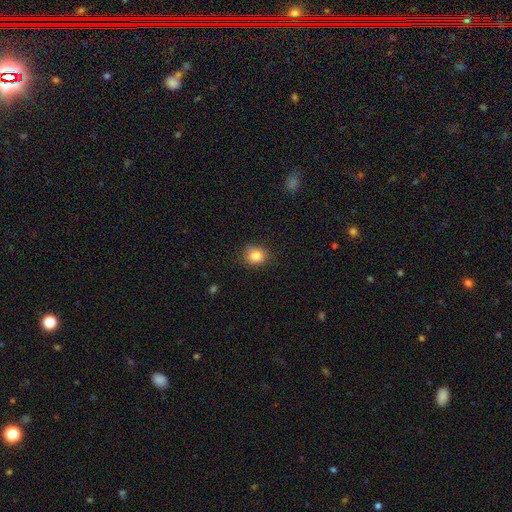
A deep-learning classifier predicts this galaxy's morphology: type=smooth (84%); roundness=round (72%); merging=none (84%).